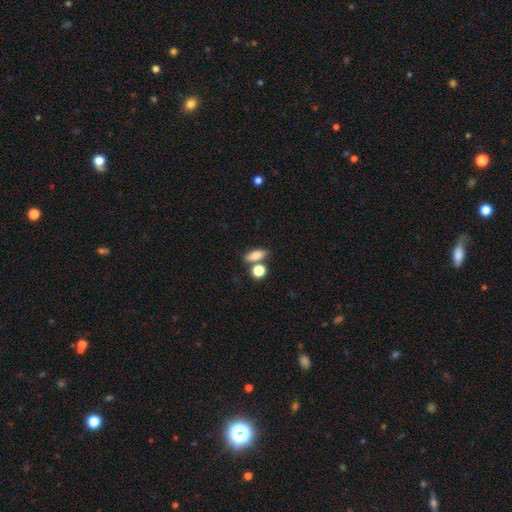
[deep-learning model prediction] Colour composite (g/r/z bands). It shows a smooth galaxy with no disk features (81%) that is in between round and cigar-shaped (69%). Merging: none (61%).